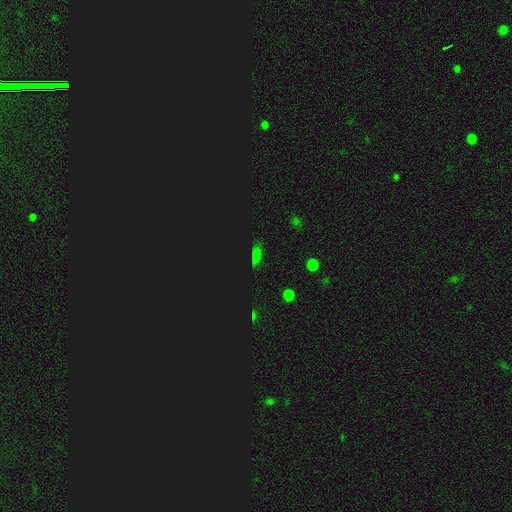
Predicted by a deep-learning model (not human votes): Q: Smooth or featured?
A: star or artifact (49%); runner-up: smooth (43%)